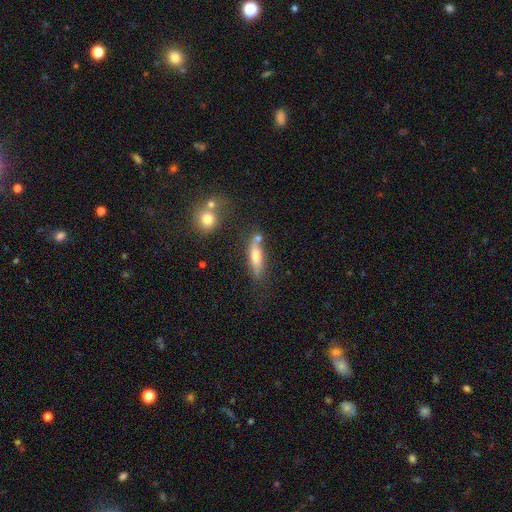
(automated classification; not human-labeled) smooth-or-featured: smooth: 59% | featured or disk: 33% | star or artifact: 8%
  how-rounded: cigar-shaped: 59% | in between: 38% | round: 3%
  merging: none: 63% | minor disturbance: 18% | merger: 13% | major disturbance: 6%